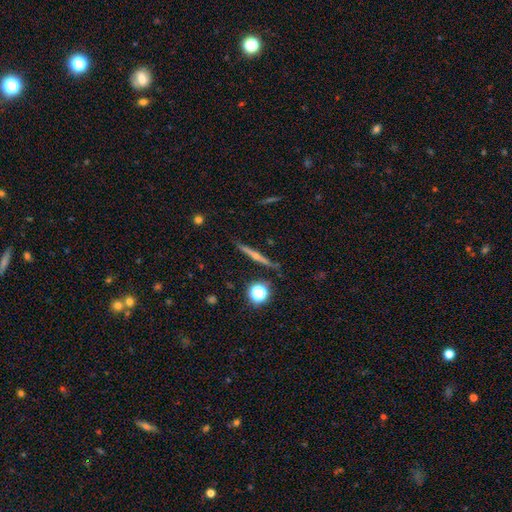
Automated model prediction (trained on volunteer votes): This appears to be a featured or disk galaxy (63%) viewed edge-on (97%) with a rounded central bulge (65%). Merging: none (89%).